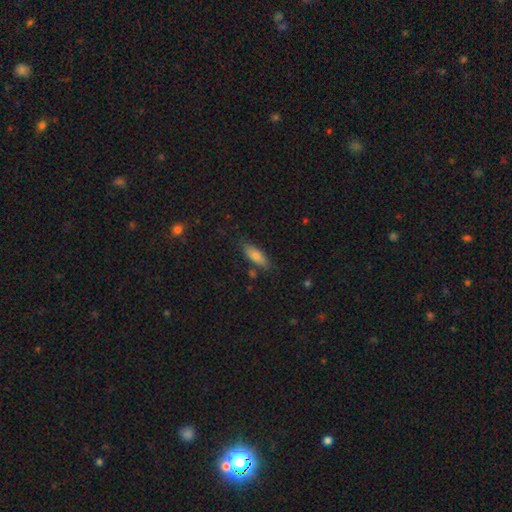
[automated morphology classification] This appears to be a smooth galaxy with no disk features (77%) that is in between round and cigar-shaped (60%). Merging: none (78%).